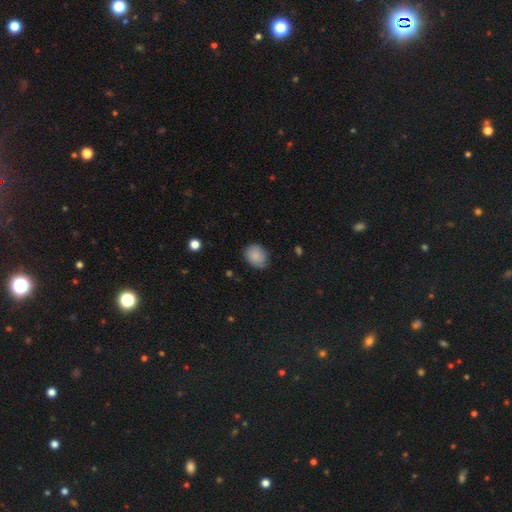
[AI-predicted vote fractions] Smooth or featured? Predicted: smooth (p=0.85). How rounded? Predicted: in between (p=0.52). Merging? Predicted: none (p=0.74).